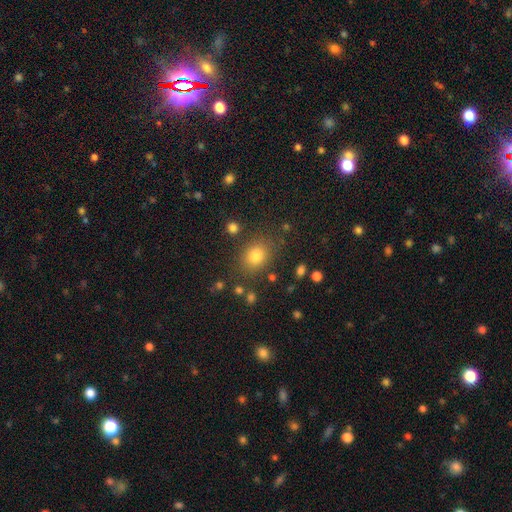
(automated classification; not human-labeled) Smooth or featured?
  - smooth: 79% *
  - star or artifact: 14%
  - featured or disk: 8%
How rounded?
  - round: 53% *
  - in between: 46%
  - cigar-shaped: 1%
Merging?
  - none: 81% *
  - minor disturbance: 11%
  - major disturbance: 4%
  - merger: 4%